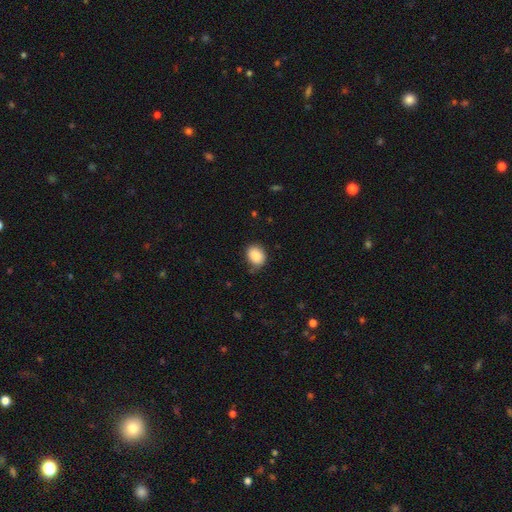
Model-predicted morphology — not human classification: type=smooth (87%); roundness=in between (57%); merging=none (78%).